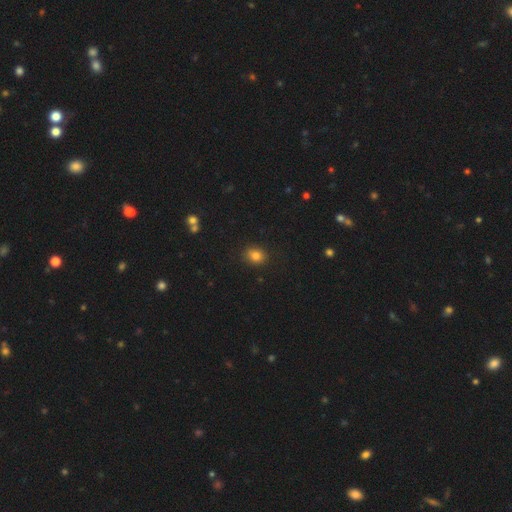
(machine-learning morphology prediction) A smooth galaxy with no disk features (81%) that is round (55%).

Vote fractions:
- Smooth or featured? smooth: 81% / star or artifact: 12% / featured or disk: 7%
- How rounded? round: 55% / in between: 44% / cigar-shaped: 1%
- Merging? none: 87% / minor disturbance: 9% / major disturbance: 2% / merger: 1%